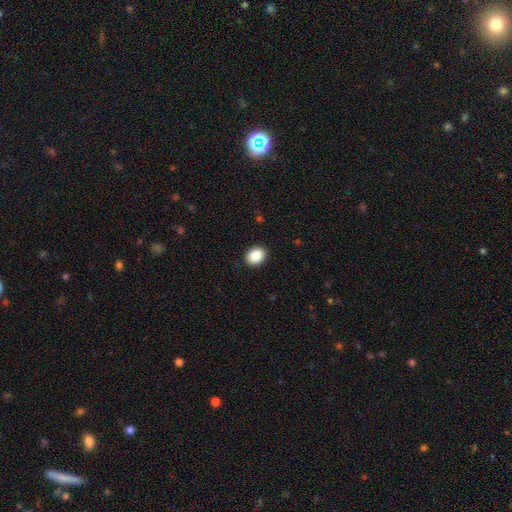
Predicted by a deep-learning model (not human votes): This is clearly a smooth galaxy (88%). How rounded: possibly in between (55%). Merging: clearly none (91%).